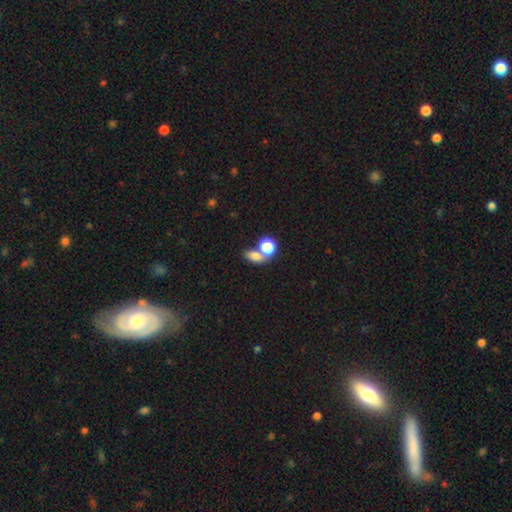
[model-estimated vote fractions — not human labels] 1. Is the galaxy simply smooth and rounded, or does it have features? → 77% smooth, 14% star or artifact, 10% featured or disk.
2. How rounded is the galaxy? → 70% in between, 26% round, 3% cigar-shaped.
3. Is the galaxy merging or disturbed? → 47% merger, 39% none, 9% minor disturbance, 5% major disturbance.